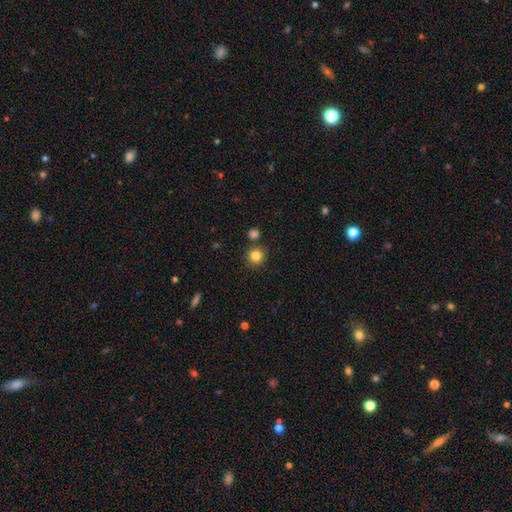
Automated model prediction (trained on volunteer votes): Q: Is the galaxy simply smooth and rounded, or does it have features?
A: smooth — 84%.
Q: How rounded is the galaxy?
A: round — 93%.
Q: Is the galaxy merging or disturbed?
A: none — 83%.